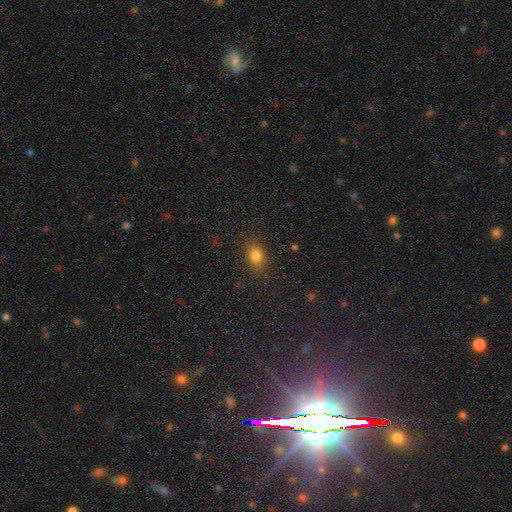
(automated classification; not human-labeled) This appears to be a smooth galaxy with no disk features (79%) that is in between round and cigar-shaped (68%). Merging: none (81%).